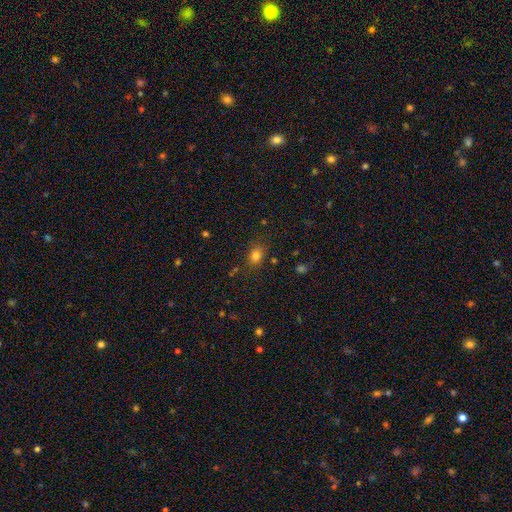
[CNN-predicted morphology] smooth_or_featured: smooth (p=0.79) [alt: star or artifact p=0.14]
how_rounded: in between (p=0.57) [alt: round p=0.42]
merging: none (p=0.80) [alt: minor disturbance p=0.14]